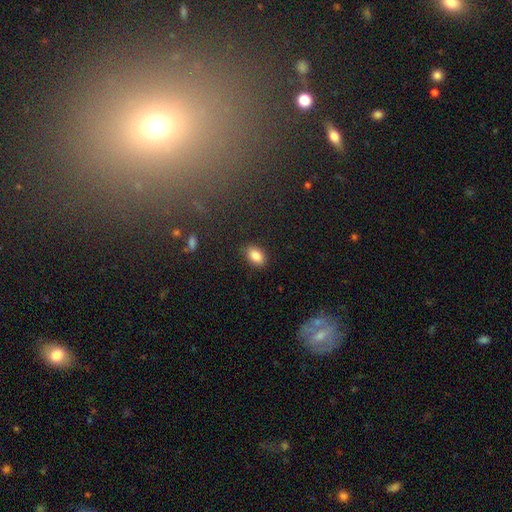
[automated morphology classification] This is clearly a smooth galaxy (84%). How rounded: clearly in between (85%). Merging: clearly none (86%).